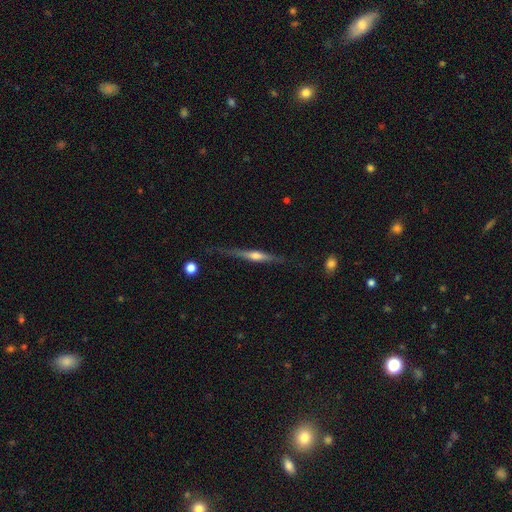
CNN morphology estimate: Smooth or featured? featured or disk (68%)
Edge-on disk? yes (97%)
Edge-on bulge? rounded (80%)
Merging? none (75%)